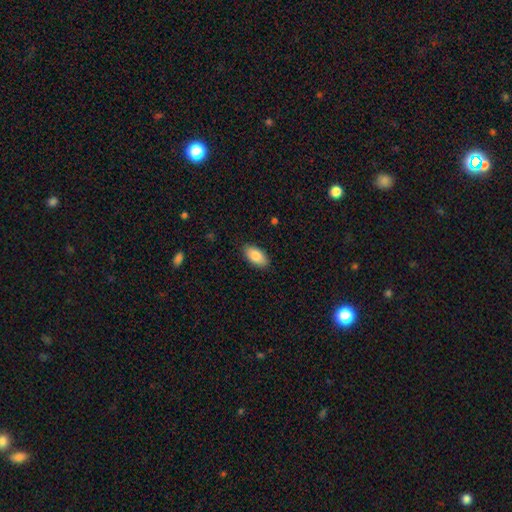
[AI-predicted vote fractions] Smooth or featured? Predicted: smooth (p=0.85). How rounded? Predicted: in between (p=0.94). Merging? Predicted: none (p=0.88).